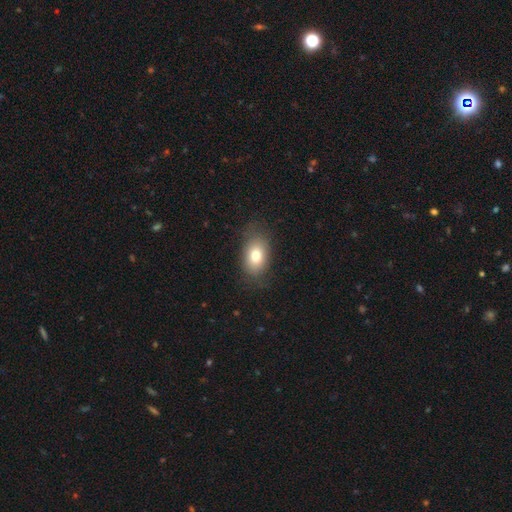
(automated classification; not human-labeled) Smooth or featured? smooth (77%)
How rounded? in between (84%)
Merging? none (77%)